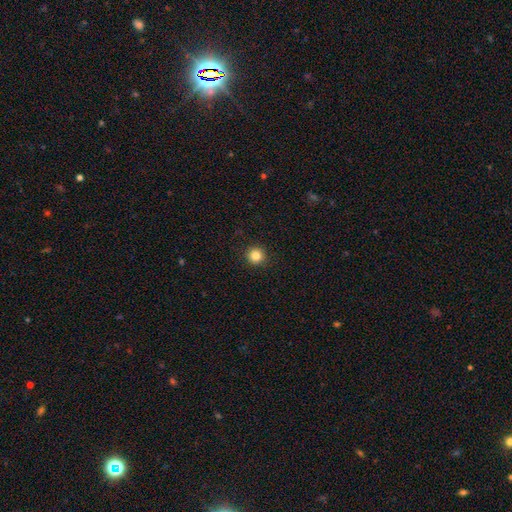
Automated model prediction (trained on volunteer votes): Smooth or featured: smooth — 84% (star or artifact — 11%)
How rounded: round — 95% (in between — 4%)
Merging: none — 93% (minor disturbance — 5%)